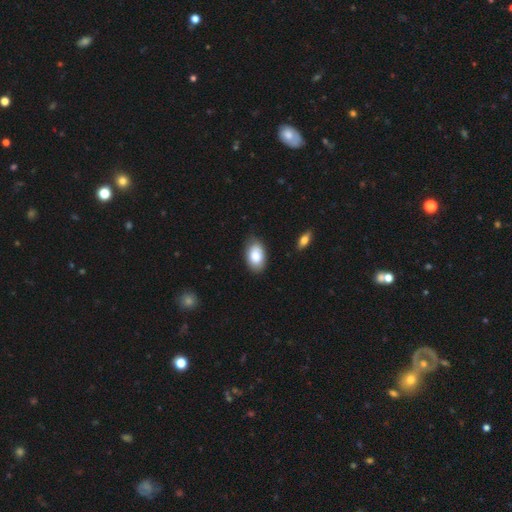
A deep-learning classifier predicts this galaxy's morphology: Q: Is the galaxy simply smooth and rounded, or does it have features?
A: smooth — 87%.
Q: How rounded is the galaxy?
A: in between — 94%.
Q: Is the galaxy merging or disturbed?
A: none — 82%.